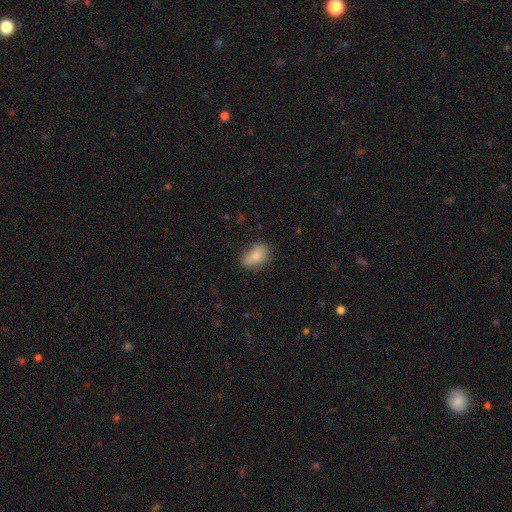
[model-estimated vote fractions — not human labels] Morphology: type=smooth (83%); roundness=in between (86%); merging=none (72%).